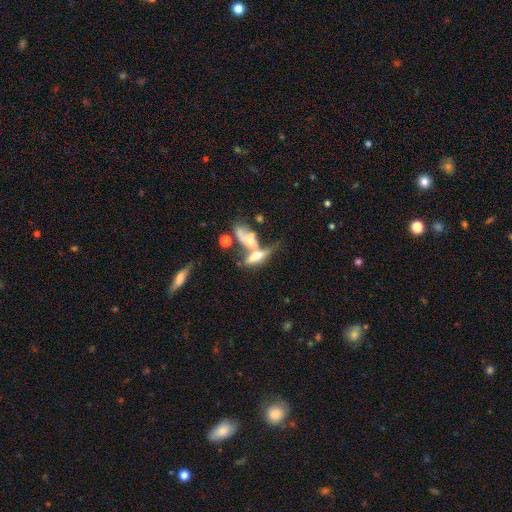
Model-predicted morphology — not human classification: Smooth or featured?
  - smooth: 52% *
  - featured or disk: 38%
  - star or artifact: 10%
How rounded?
  - in between: 57% *
  - cigar-shaped: 39%
  - round: 4%
Merging?
  - merger: 61% *
  - none: 18%
  - major disturbance: 11%
  - minor disturbance: 9%